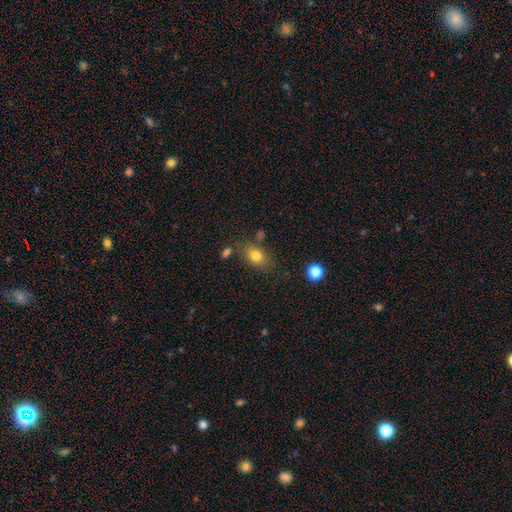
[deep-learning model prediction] smooth_or_featured: smooth (p=0.79) [alt: featured or disk p=0.12]
how_rounded: in between (p=0.79) [alt: round p=0.18]
merging: none (p=0.71) [alt: minor disturbance p=0.17]